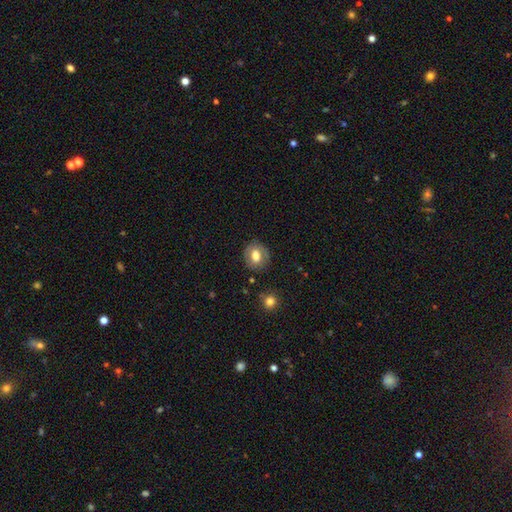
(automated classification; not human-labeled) A smooth galaxy with no disk features (67%) that is round (61%). Merging: none (82%).